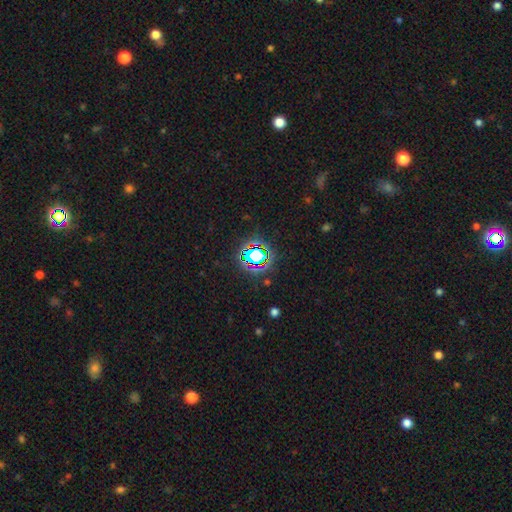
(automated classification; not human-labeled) smooth-or-featured: star or artifact: 68% | smooth: 20% | featured or disk: 12%